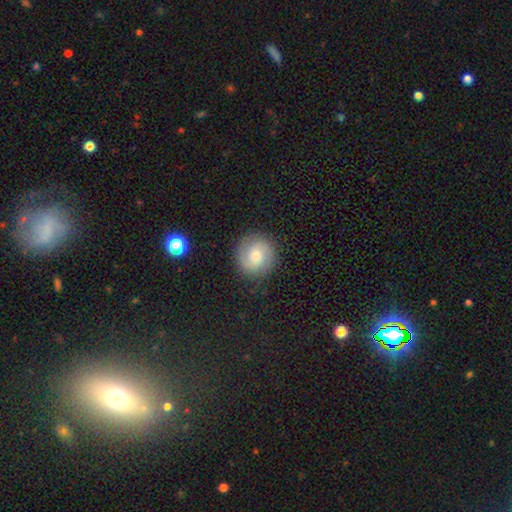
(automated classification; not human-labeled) smooth_or_featured: featured or disk (p=0.61) [alt: smooth p=0.30]
disk_edge_on: no (p=0.98) [alt: yes p=0.02]
bar: no (p=0.54) [alt: weak p=0.38]
has_spiral_arms: yes (p=0.92) [alt: no p=0.08]
spiral_winding: tight (p=0.44) [alt: medium p=0.43]
spiral_arm_count: 2 (p=0.90) [alt: can't tell p=0.05]
bulge_size: moderate (p=0.64) [alt: small p=0.26]
merging: none (p=0.88) [alt: minor disturbance p=0.08]